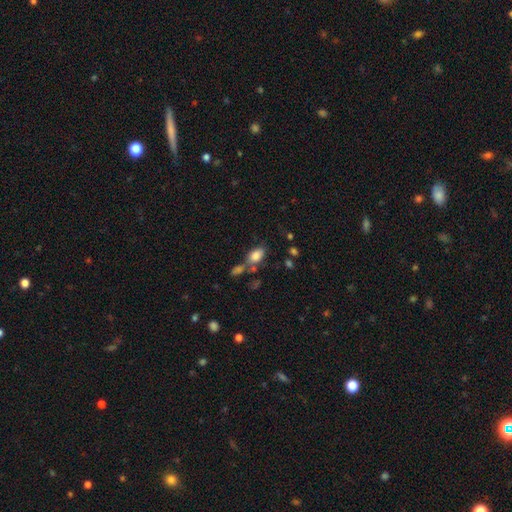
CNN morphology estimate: This is clearly a smooth galaxy (82%). How rounded: clearly in between (88%). Merging: possibly none (54%).